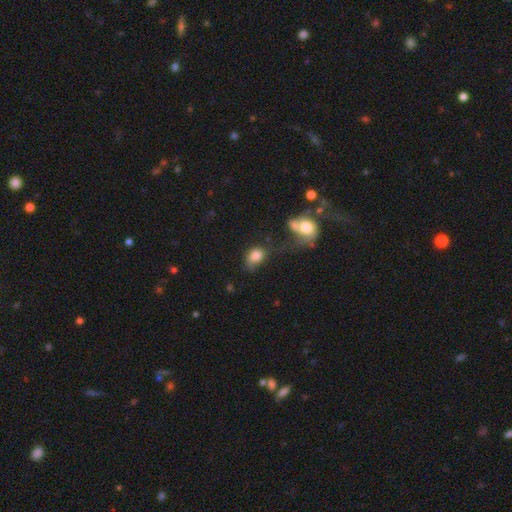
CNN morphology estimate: A smooth galaxy with no disk features (80%) that is in between round and cigar-shaped (64%). Merging: none (37%).